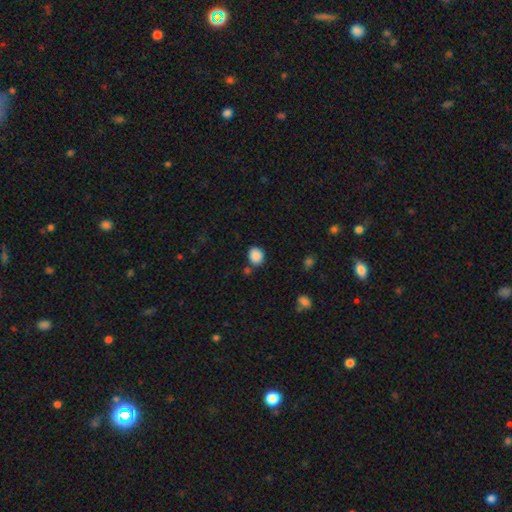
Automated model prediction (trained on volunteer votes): smooth_or_featured: smooth (p=0.88) [alt: star or artifact p=0.09]
how_rounded: round (p=0.69) [alt: in between p=0.30]
merging: none (p=0.75) [alt: minor disturbance p=0.13]